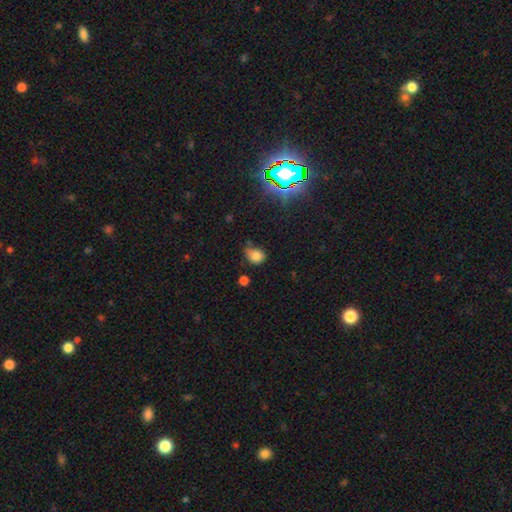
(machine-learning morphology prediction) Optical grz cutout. It shows a smooth galaxy with no disk features (78%) that is round (57%). Merging: none (47%).